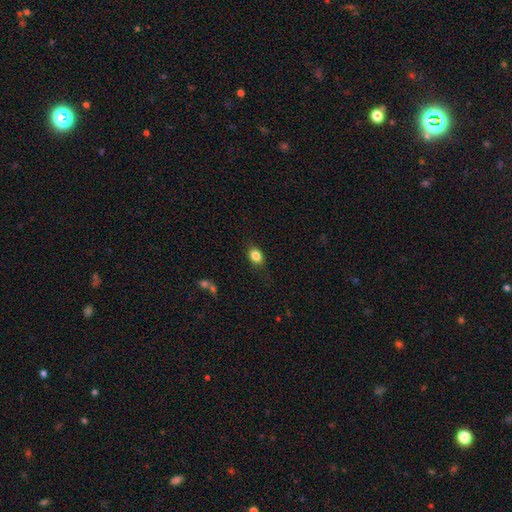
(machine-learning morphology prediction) This appears to be a smooth galaxy with no disk features (83%) that is in between round and cigar-shaped (63%). Merging: none (82%).